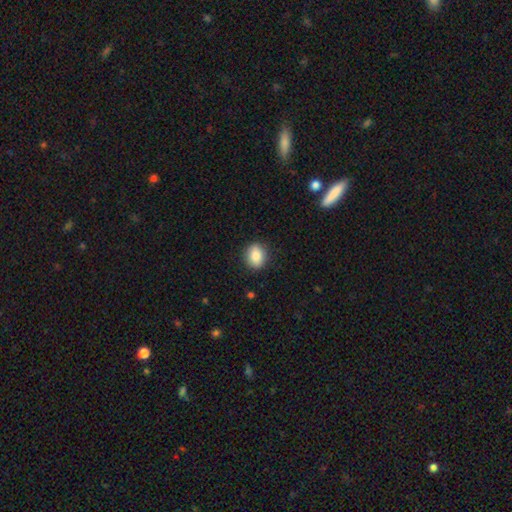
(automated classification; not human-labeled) This is clearly a smooth galaxy (85%). How rounded: possibly round (50%). Merging: clearly none (89%).